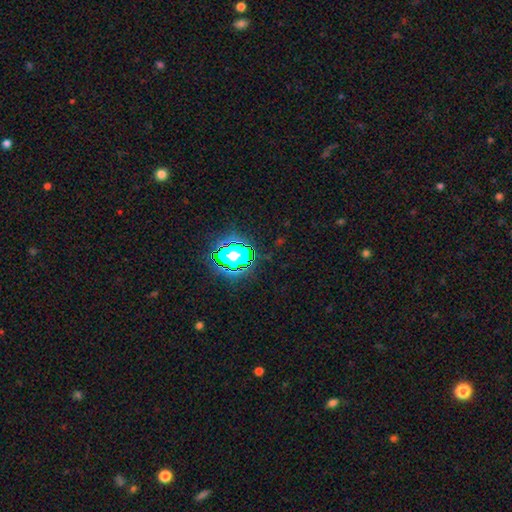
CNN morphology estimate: A star or artifact, not a galaxy (72%).